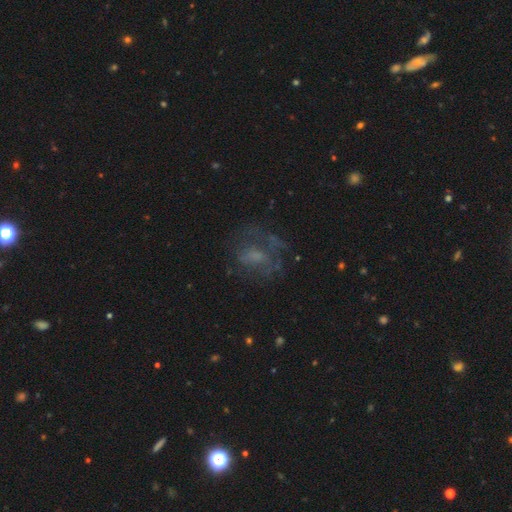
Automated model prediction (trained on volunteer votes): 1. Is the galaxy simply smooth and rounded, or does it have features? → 50% featured or disk, 30% smooth, 20% star or artifact.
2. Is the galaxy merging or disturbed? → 49% none, 30% major disturbance, 19% minor disturbance, 2% merger.